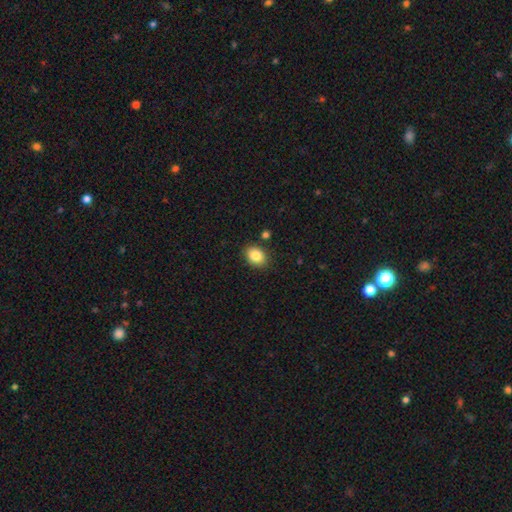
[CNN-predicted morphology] A smooth galaxy with no disk features (84%) that is in between round and cigar-shaped (65%). Merging: none (86%).